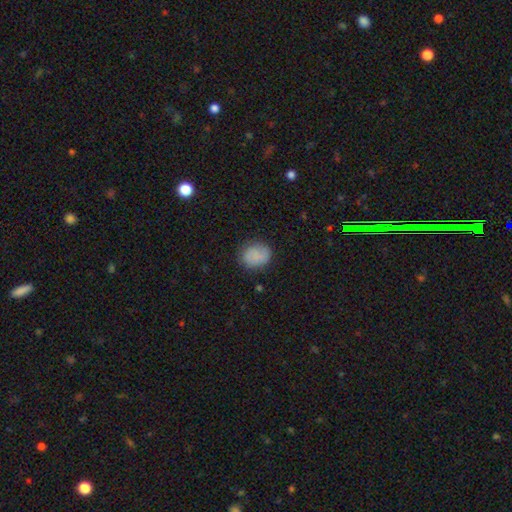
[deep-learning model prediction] smooth_or_featured: smooth (p=0.80) [alt: featured or disk p=0.11]
how_rounded: round (p=0.58) [alt: in between p=0.41]
merging: none (p=0.77) [alt: minor disturbance p=0.17]